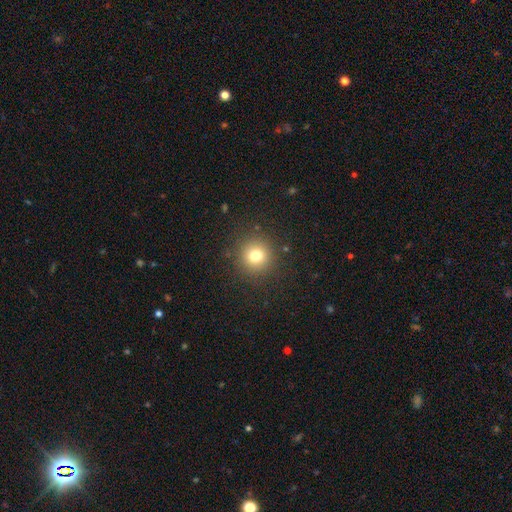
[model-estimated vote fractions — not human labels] The model was most divided on "smooth or featured": smooth: 77%, star or artifact: 15%, featured or disk: 8%. More confident: how rounded — round (94%); merging — none (89%).